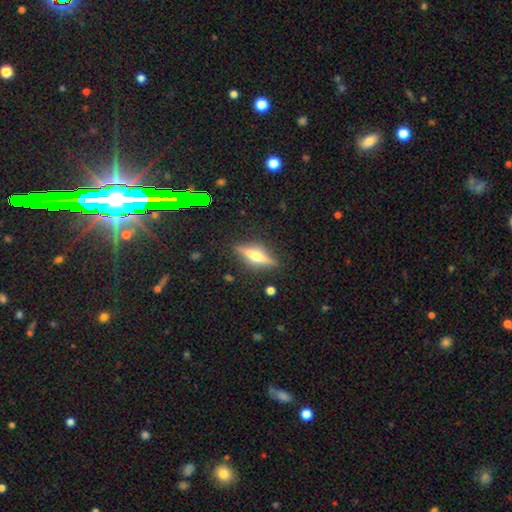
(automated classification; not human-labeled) The model was most divided on "smooth or featured": featured or disk: 66%, smooth: 26%, star or artifact: 7%. More confident: edge-on disk — yes (95%); edge-on bulge — rounded (87%); merging — none (86%).